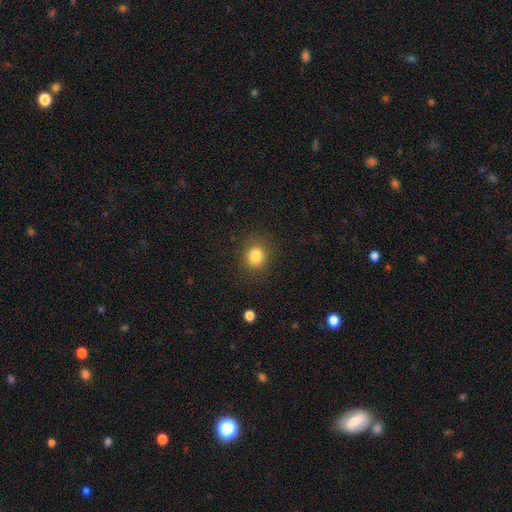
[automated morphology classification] This is clearly a smooth galaxy (83%). How rounded: likely round (73%). Merging: clearly none (86%).